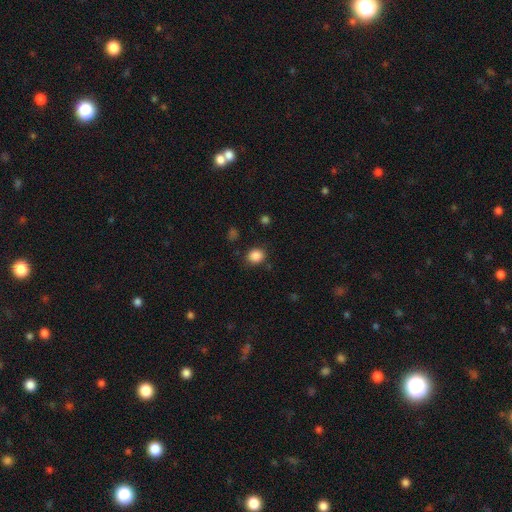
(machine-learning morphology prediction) Q: Smooth or featured?
A: smooth (86%); runner-up: star or artifact (10%)
Q: How rounded?
A: round (64%); runner-up: in between (35%)
Q: Merging?
A: none (82%); runner-up: minor disturbance (12%)